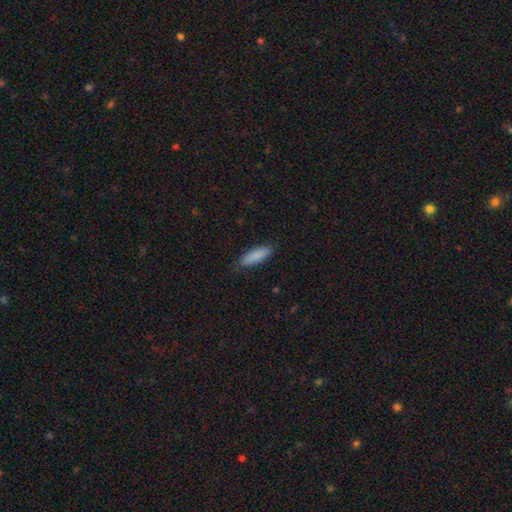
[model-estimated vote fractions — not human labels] smooth-or-featured: smooth: 87% | featured or disk: 7% | star or artifact: 6%
  how-rounded: cigar-shaped: 57% | in between: 41% | round: 2%
  merging: none: 86% | minor disturbance: 11% | major disturbance: 2% | merger: 1%